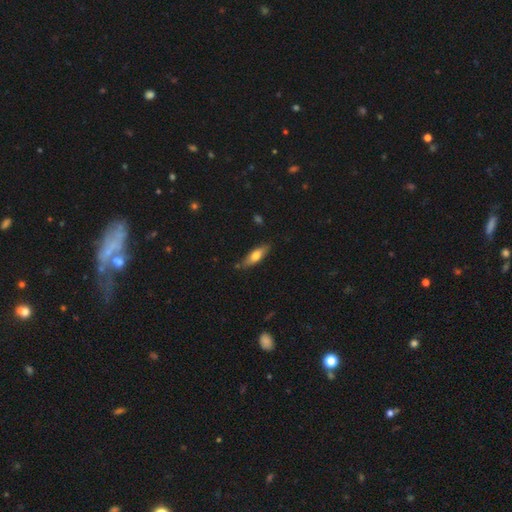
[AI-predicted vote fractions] smooth-or-featured: smooth: 65% | featured or disk: 28% | star or artifact: 6%
  how-rounded: in between: 51% | cigar-shaped: 47% | round: 2%
  merging: none: 80% | minor disturbance: 16% | major disturbance: 3% | merger: 2%